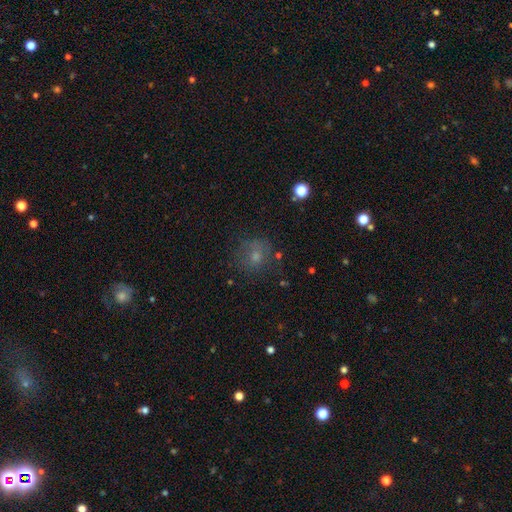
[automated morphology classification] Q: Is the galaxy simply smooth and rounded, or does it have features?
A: smooth — 63%.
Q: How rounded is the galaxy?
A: round — 80%.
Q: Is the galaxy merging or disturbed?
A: none — 69%.